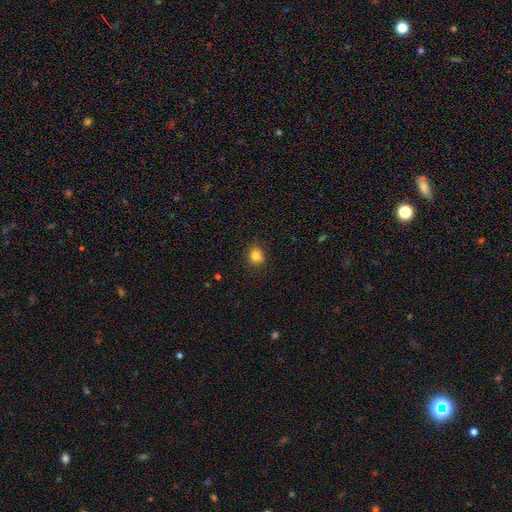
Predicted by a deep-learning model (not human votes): This appears to be a smooth galaxy with no disk features (83%) that is round (76%). Merging: none (86%).